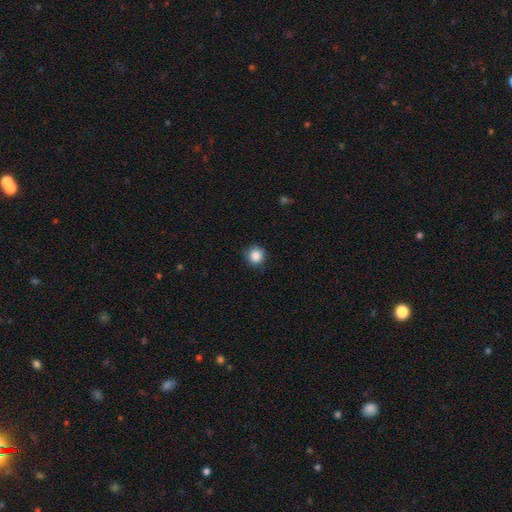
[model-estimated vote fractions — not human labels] A smooth galaxy with no disk features (87%) that is round (92%). Merging: none (88%).